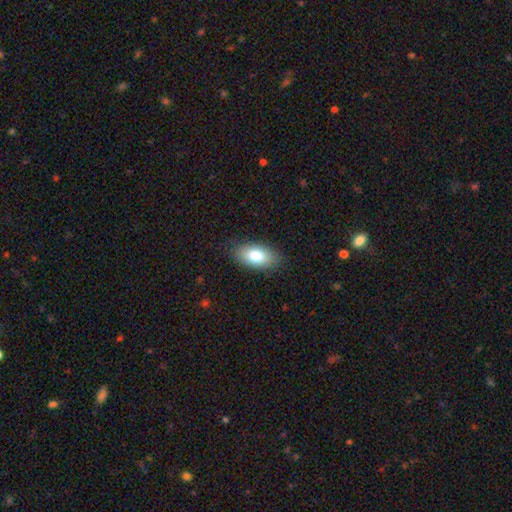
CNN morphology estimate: type=smooth (81%); roundness=in between (93%); merging=none (85%).